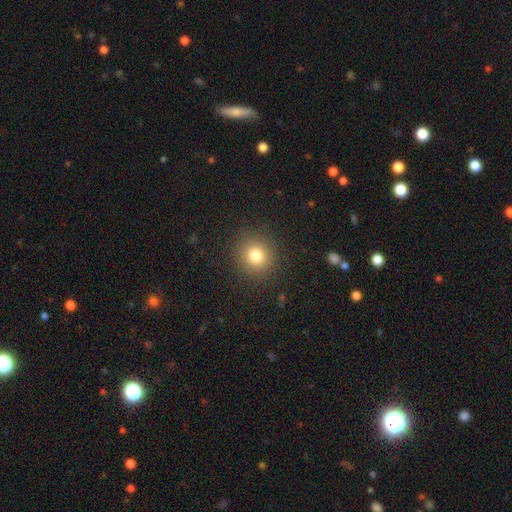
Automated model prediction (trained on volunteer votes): A smooth galaxy with no disk features (80%) that is round (91%). Merging: none (90%).